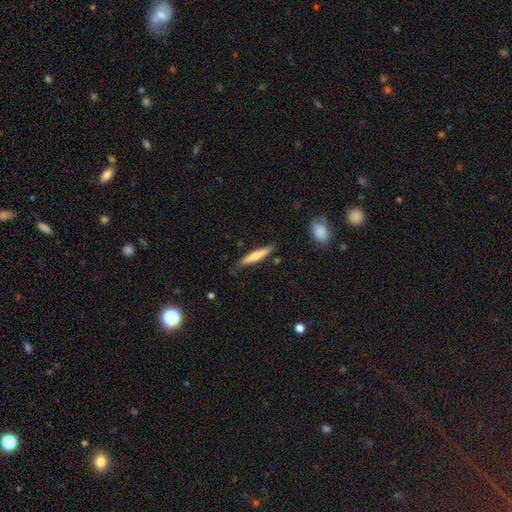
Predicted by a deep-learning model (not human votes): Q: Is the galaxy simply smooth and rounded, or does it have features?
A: smooth — 63%.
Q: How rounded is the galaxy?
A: cigar-shaped — 90%.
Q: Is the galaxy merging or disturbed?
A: none — 79%.